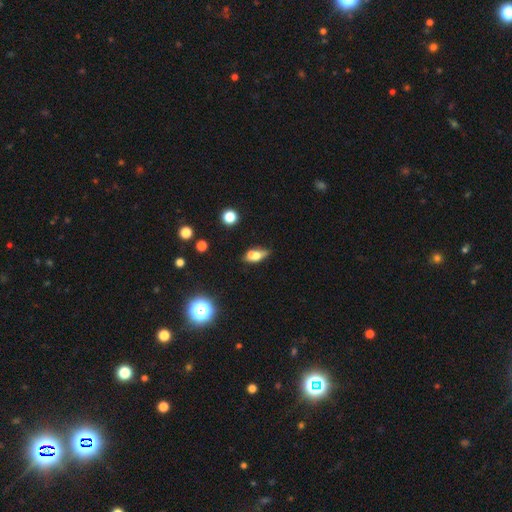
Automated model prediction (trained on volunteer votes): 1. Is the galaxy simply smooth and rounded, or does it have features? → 61% smooth, 28% featured or disk, 11% star or artifact.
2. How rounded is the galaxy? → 75% in between, 17% cigar-shaped, 8% round.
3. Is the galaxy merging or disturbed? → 48% none, 24% merger, 20% minor disturbance, 7% major disturbance.